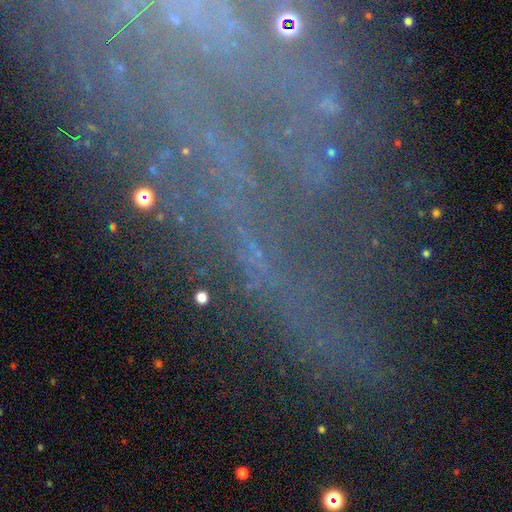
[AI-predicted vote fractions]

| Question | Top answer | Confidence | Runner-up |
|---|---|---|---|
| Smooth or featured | star or artifact | 64% | featured or disk (23%) |